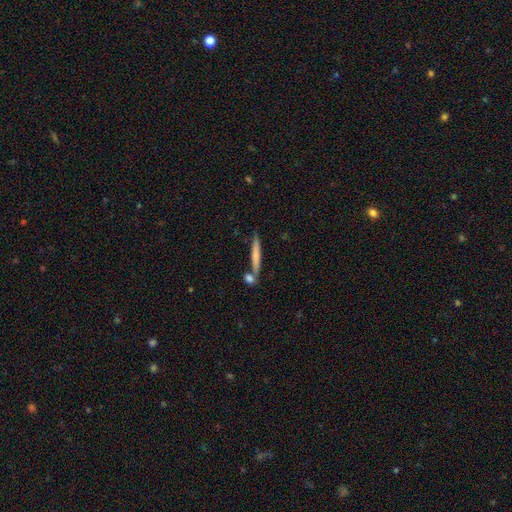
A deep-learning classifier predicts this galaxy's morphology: Smooth or featured? Predicted: smooth (p=0.65). How rounded? Predicted: cigar-shaped (p=0.94). Merging? Predicted: none (p=0.74).